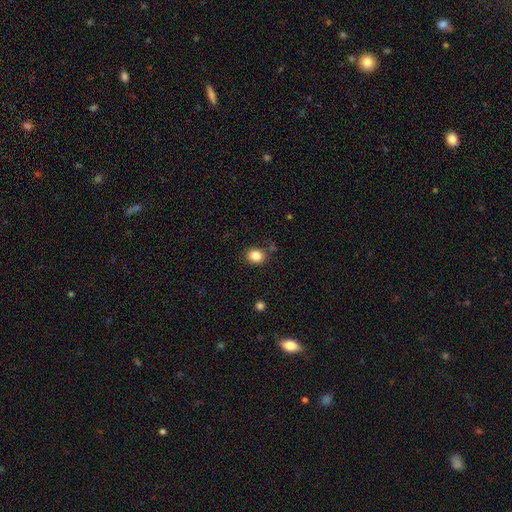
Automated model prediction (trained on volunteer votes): smooth 85%, star or artifact 10%, featured or disk 5%. Down the decision tree: how rounded — round (65%); merging — none (80%).